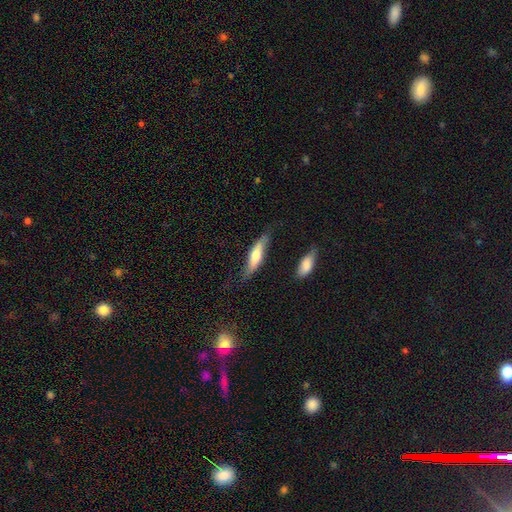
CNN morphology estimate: smooth-or-featured: smooth: 55% | featured or disk: 39% | star or artifact: 5%
  how-rounded: cigar-shaped: 70% | in between: 28% | round: 2%
  merging: none: 65% | minor disturbance: 24% | major disturbance: 7% | merger: 4%